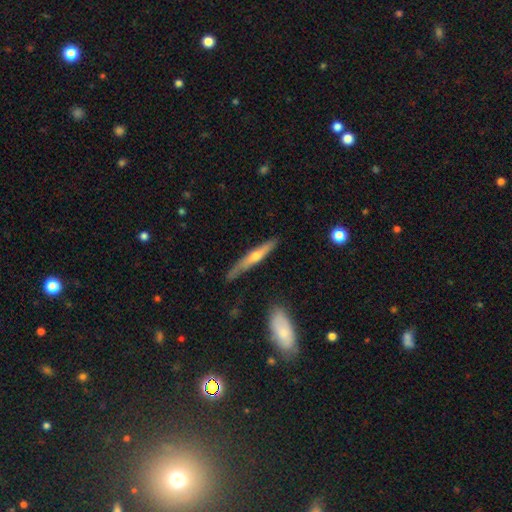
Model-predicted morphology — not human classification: Smooth or featured?
  - featured or disk: 52% *
  - smooth: 42%
  - star or artifact: 5%
Edge-on disk?
  - yes: 92% *
  - no: 8%
Merging?
  - none: 73% *
  - minor disturbance: 20%
  - major disturbance: 4%
  - merger: 3%